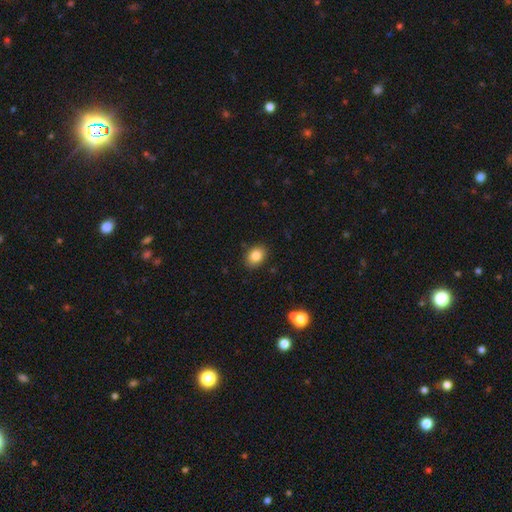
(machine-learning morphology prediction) smooth_or_featured: smooth (p=0.85) [alt: star or artifact p=0.09]
how_rounded: in between (p=0.67) [alt: round p=0.32]
merging: none (p=0.87) [alt: minor disturbance p=0.09]